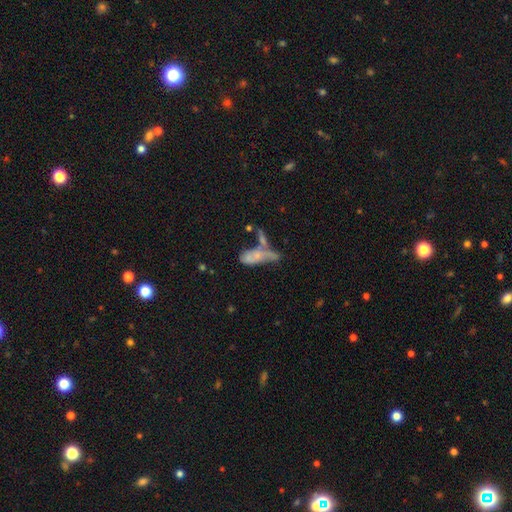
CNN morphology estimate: Smooth or featured? Predicted: smooth (p=0.50). How rounded? Predicted: in between (p=0.65). Merging? Predicted: merger (p=0.43).